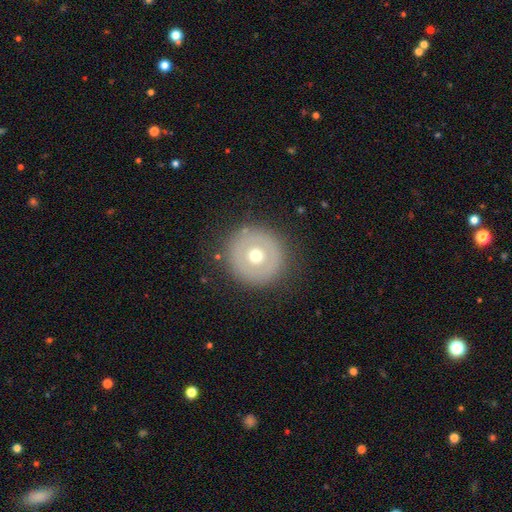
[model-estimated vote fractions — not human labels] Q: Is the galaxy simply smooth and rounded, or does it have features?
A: smooth — 51%.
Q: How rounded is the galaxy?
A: round — 95%.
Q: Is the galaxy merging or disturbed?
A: none — 88%.